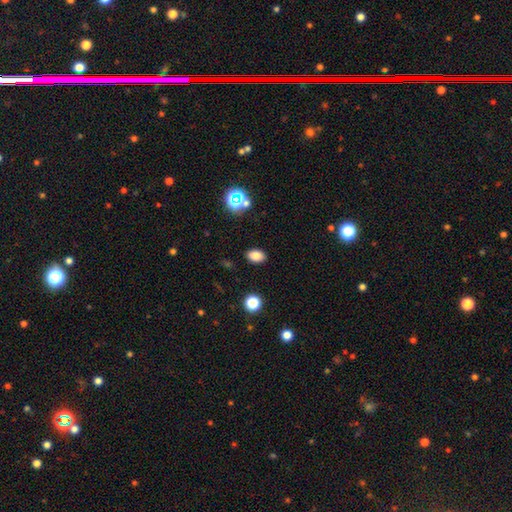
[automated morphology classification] A smooth galaxy with no disk features (81%) that is in between round and cigar-shaped (83%).

Vote fractions:
- Smooth or featured? smooth: 81% / star or artifact: 13% / featured or disk: 6%
- How rounded? in between: 83% / round: 15% / cigar-shaped: 1%
- Merging? none: 88% / minor disturbance: 8% / major disturbance: 3% / merger: 1%